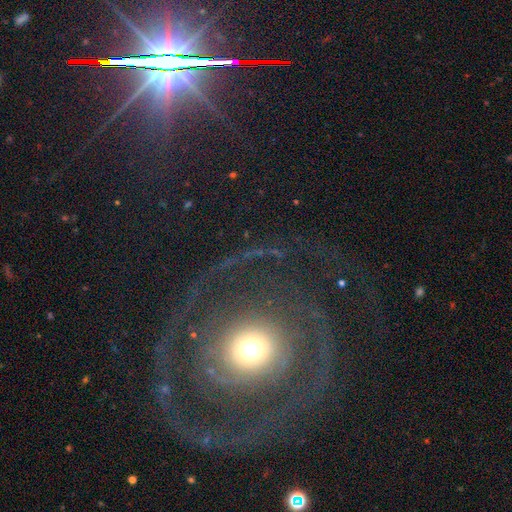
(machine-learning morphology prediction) Q: Smooth or featured?
A: featured or disk (71%); runner-up: smooth (14%)
Q: Edge-on disk?
A: no (96%); runner-up: yes (4%)
Q: Bar?
A: no (80%); runner-up: weak (12%)
Q: Spiral arms?
A: yes (80%); runner-up: no (20%)
Q: Spiral winding?
A: tight (54%); runner-up: medium (32%)
Q: Spiral arm count?
A: 2 (48%); runner-up: can't tell (21%)
Q: Bulge size?
A: moderate (53%); runner-up: small (27%)
Q: Merging?
A: none (70%); runner-up: major disturbance (17%)